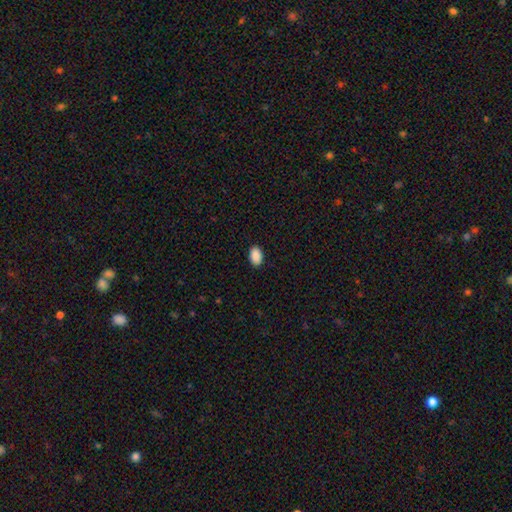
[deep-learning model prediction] Smooth or featured: smooth — 90% (star or artifact — 7%)
How rounded: in between — 91% (round — 8%)
Merging: none — 89% (minor disturbance — 8%)